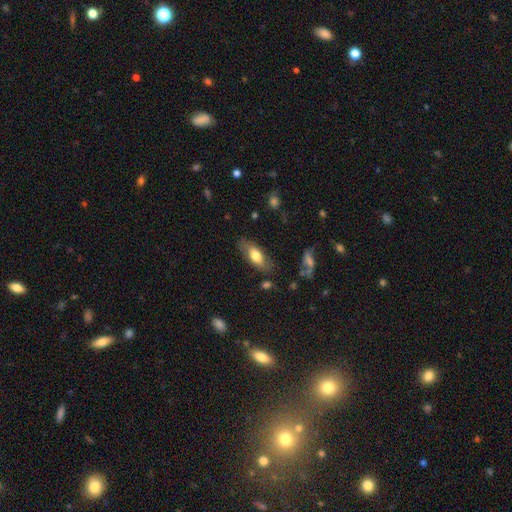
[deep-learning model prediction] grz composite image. It shows a smooth galaxy with no disk features (69%) that is in between round and cigar-shaped (78%). Merging: none (78%).